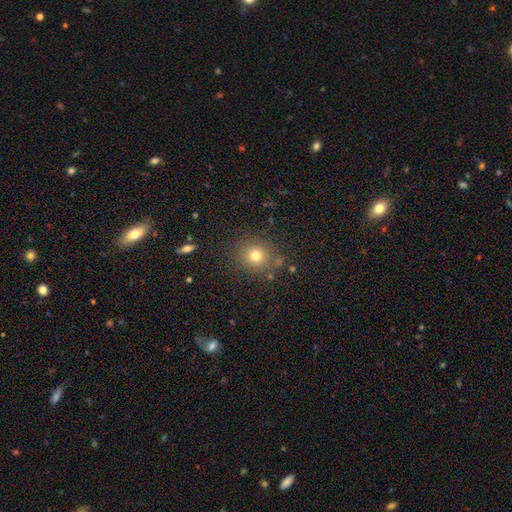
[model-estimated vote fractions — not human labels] Smooth or featured? Predicted: smooth (p=0.75). How rounded? Predicted: round (p=0.87). Merging? Predicted: none (p=0.83).